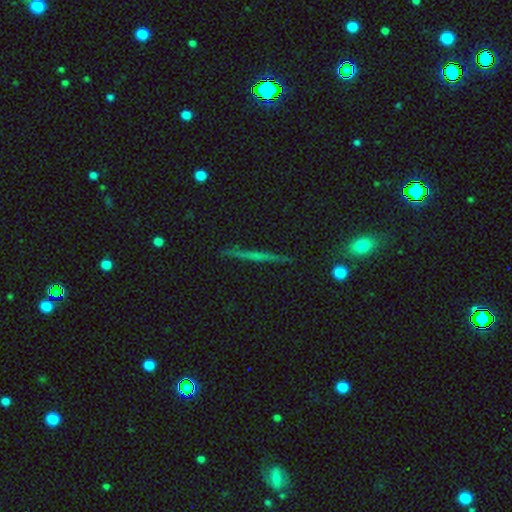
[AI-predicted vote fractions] smooth_or_featured: featured or disk (p=0.57) [alt: smooth p=0.32]
disk_edge_on: yes (p=0.96) [alt: no p=0.04]
edge_on_bulge: none (p=0.74) [alt: rounded p=0.19]
merging: none (p=0.90) [alt: minor disturbance p=0.07]